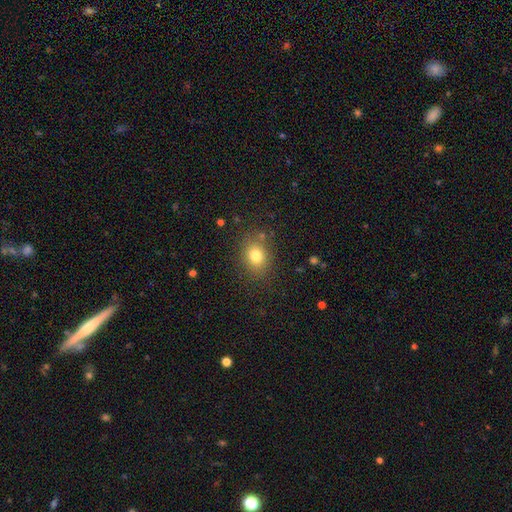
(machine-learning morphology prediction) Smooth or featured? Predicted: smooth (p=0.78). How rounded? Predicted: round (p=0.52). Merging? Predicted: none (p=0.81).